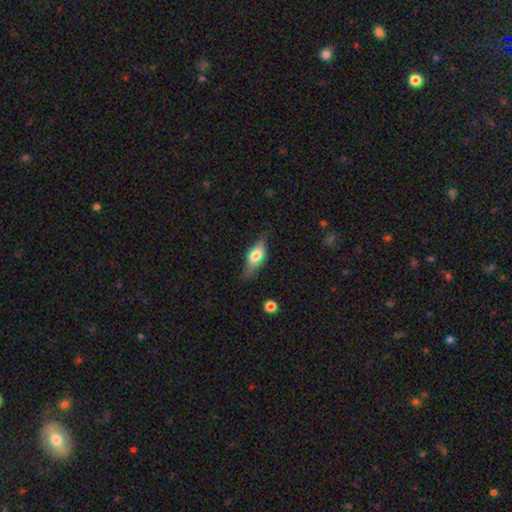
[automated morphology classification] smooth_or_featured: smooth (p=0.56) [alt: featured or disk p=0.37]
how_rounded: in between (p=0.76) [alt: cigar-shaped p=0.19]
merging: none (p=0.66) [alt: minor disturbance p=0.25]